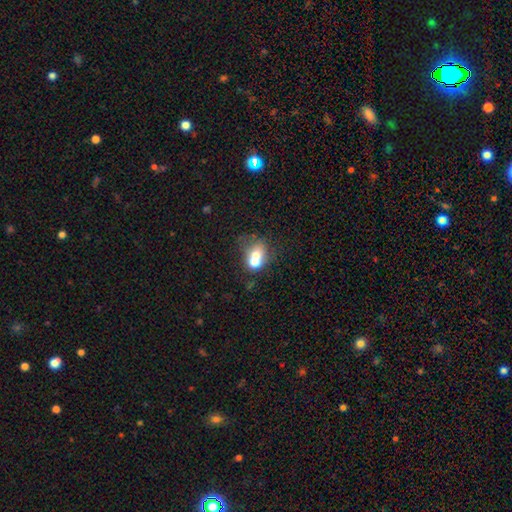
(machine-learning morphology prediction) The model was most divided on "how rounded": round: 52%, in between: 47%, cigar-shaped: 1%. More confident: smooth or featured — smooth (63%); merging — merger (63%).